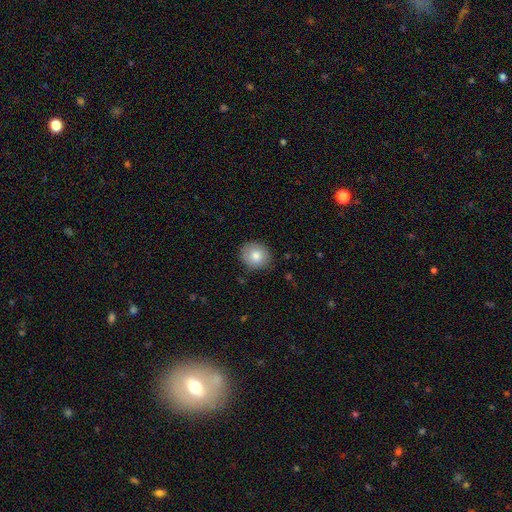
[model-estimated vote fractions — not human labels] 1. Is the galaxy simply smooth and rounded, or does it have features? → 81% smooth, 11% featured or disk, 8% star or artifact.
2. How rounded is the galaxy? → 76% round, 23% in between, 1% cigar-shaped.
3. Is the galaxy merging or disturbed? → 84% none, 12% minor disturbance, 3% major disturbance, 1% merger.